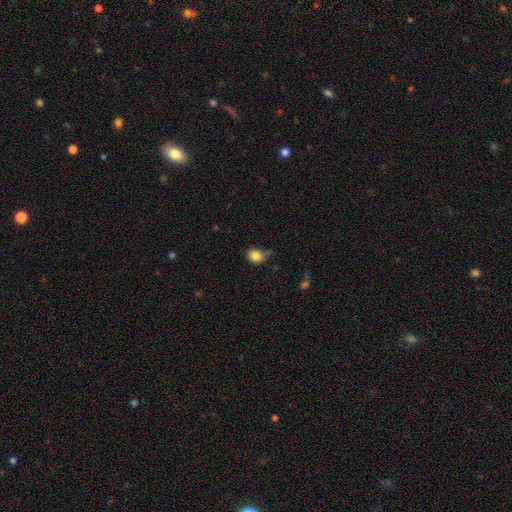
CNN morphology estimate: smooth_or_featured: smooth (p=0.84) [alt: star or artifact p=0.10]
how_rounded: round (p=0.65) [alt: in between p=0.34]
merging: none (p=0.52) [alt: minor disturbance p=0.34]